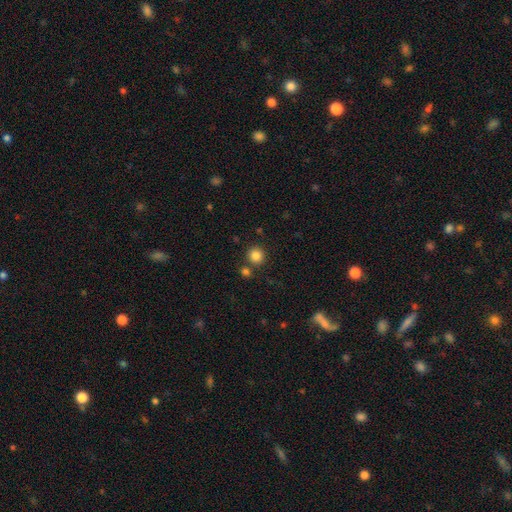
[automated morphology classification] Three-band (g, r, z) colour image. It shows a smooth galaxy with no disk features (83%) that is round (93%). Merging: none (80%).